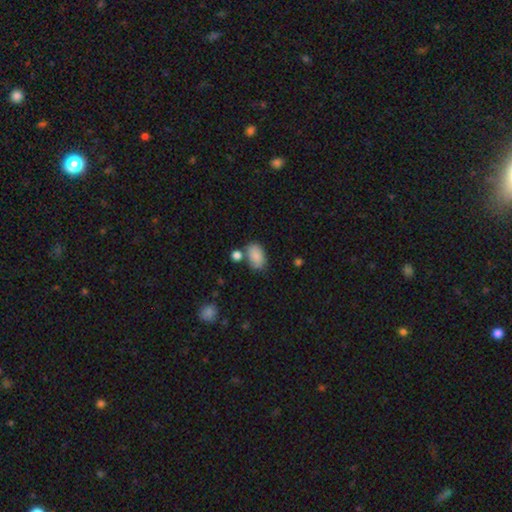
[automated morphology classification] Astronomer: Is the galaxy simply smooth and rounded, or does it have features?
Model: smooth — 85%.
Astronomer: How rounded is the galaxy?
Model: in between — 88%.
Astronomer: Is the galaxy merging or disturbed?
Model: none — 57%.